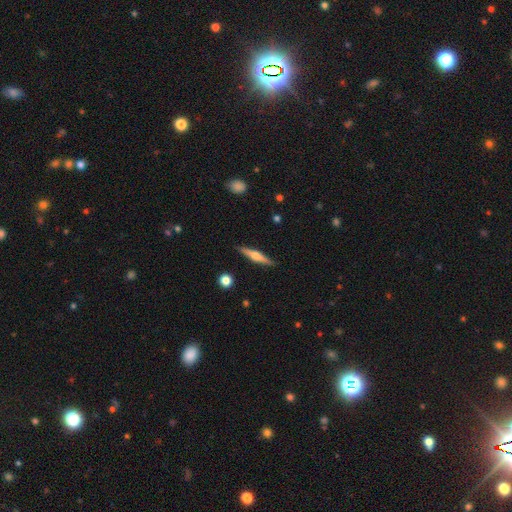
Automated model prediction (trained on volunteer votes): Morphology: type=featured or disk (64%); edge-on=yes (97%); edge-on bulge=rounded (86%); merging=none (90%).